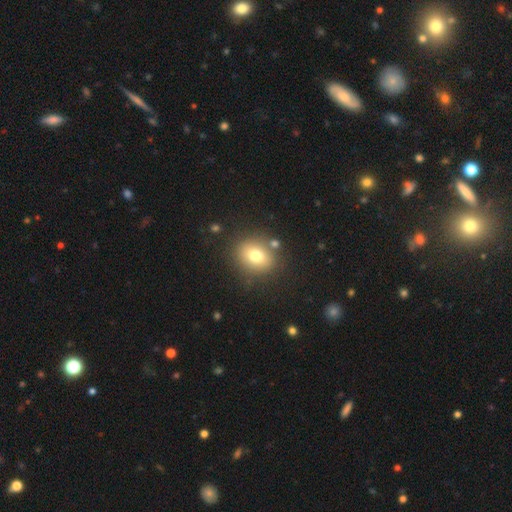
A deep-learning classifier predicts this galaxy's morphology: Smooth or featured? smooth (75%)
How rounded? round (60%)
Merging? none (80%)